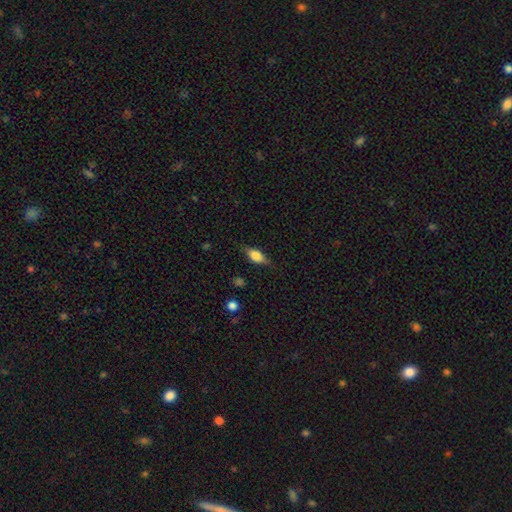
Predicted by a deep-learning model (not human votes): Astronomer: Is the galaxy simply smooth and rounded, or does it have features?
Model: smooth — 61%.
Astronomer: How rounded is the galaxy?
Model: in between — 78%.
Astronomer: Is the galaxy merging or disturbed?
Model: none — 75%.